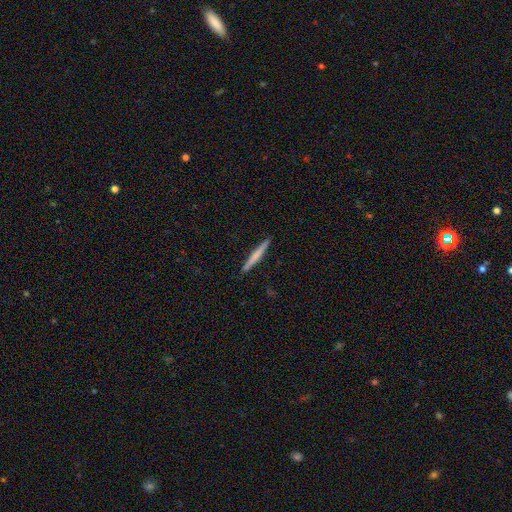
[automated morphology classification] Smooth or featured?
  - smooth: 61% *
  - featured or disk: 34%
  - star or artifact: 5%
How rounded?
  - cigar-shaped: 97% *
  - in between: 2%
  - round: 1%
Merging?
  - none: 92% *
  - minor disturbance: 6%
  - major disturbance: 1%
  - merger: 1%